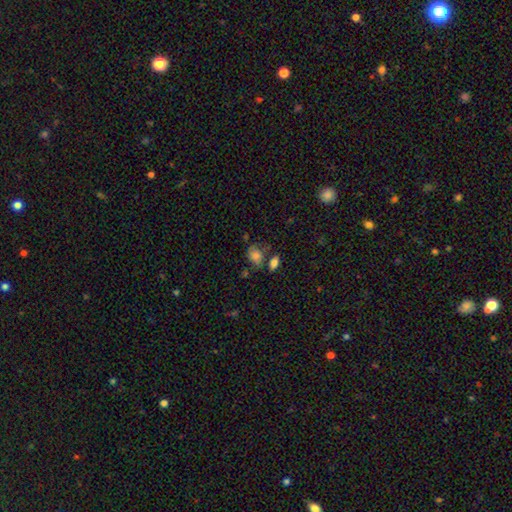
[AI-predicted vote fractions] The model was most divided on "merging": none: 45%, minor disturbance: 24%, merger: 18%, major disturbance: 12%. More confident: smooth or featured — smooth (77%); how rounded — in between (71%).